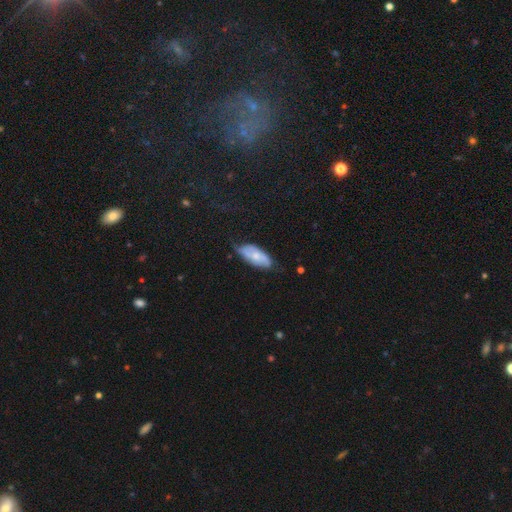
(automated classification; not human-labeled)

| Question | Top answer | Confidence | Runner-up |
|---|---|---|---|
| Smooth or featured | featured or disk | 49% | smooth (44%) |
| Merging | none | 58% | minor disturbance (31%) |